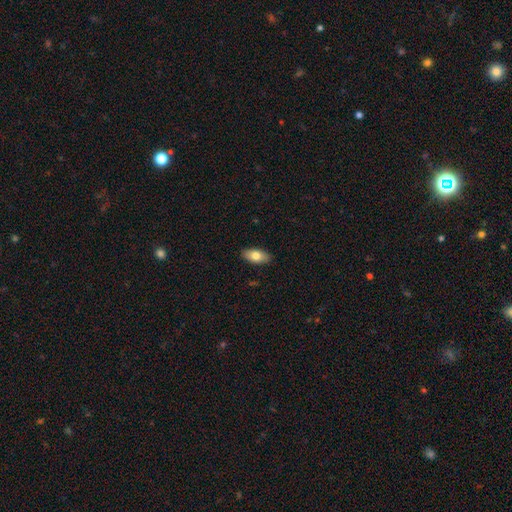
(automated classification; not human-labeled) smooth 78%, featured or disk 15%, star or artifact 7%. Down the decision tree: how rounded — in between (91%); merging — none (89%).